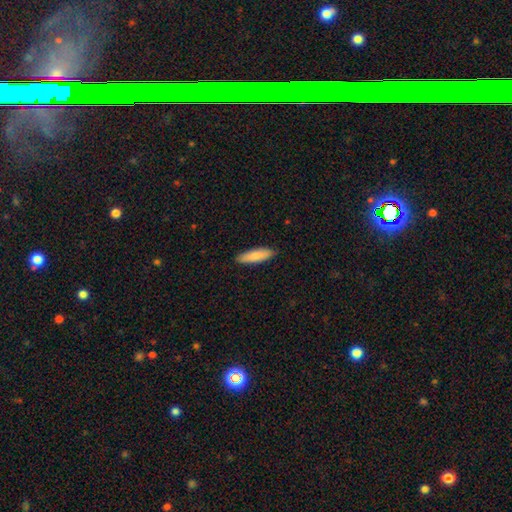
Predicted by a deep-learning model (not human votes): Smooth or featured: smooth — 85% (featured or disk — 10%)
How rounded: cigar-shaped — 64% (in between — 34%)
Merging: none — 90% (minor disturbance — 8%)